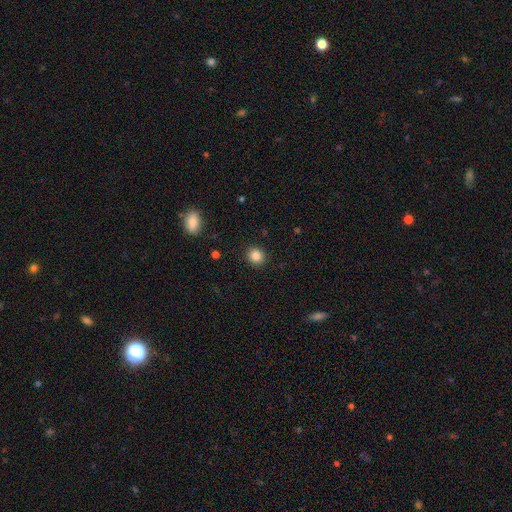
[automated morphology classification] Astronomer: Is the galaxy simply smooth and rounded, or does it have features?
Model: smooth — 86%.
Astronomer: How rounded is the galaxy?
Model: round — 80%.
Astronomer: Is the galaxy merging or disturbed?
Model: none — 91%.